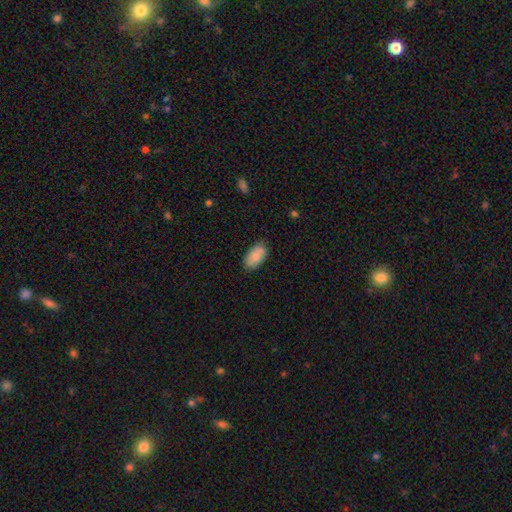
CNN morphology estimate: A smooth galaxy with no disk features (87%) that is in between round and cigar-shaped (94%). Merging: none (83%).